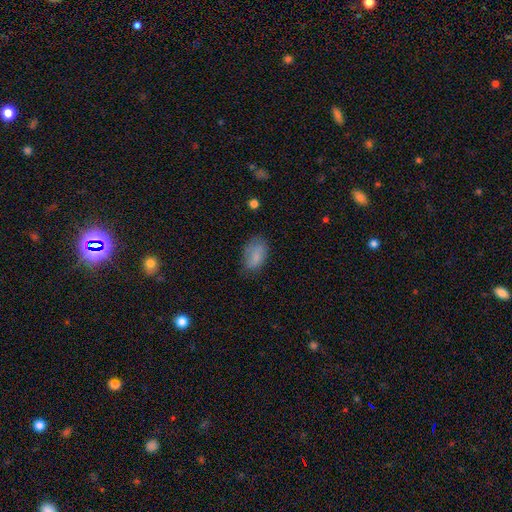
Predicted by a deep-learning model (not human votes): Smooth or featured?
  - smooth: 81% *
  - featured or disk: 10%
  - star or artifact: 9%
How rounded?
  - in between: 91% *
  - round: 7%
  - cigar-shaped: 2%
Merging?
  - none: 61% *
  - minor disturbance: 28%
  - major disturbance: 9%
  - merger: 2%